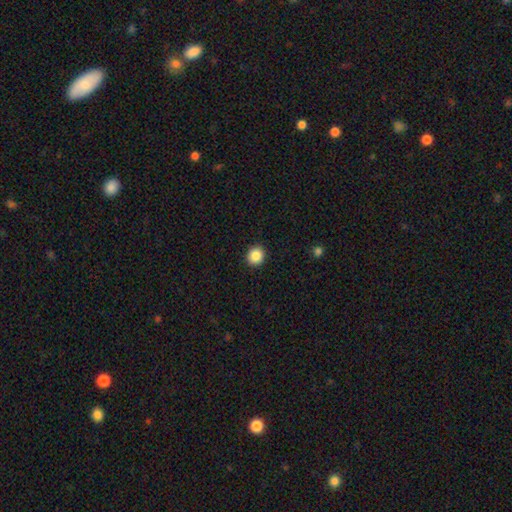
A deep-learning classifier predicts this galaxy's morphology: A smooth galaxy with no disk features (87%) that is round (85%).

Vote fractions:
- Smooth or featured? smooth: 87% / star or artifact: 9% / featured or disk: 4%
- How rounded? round: 85% / in between: 14% / cigar-shaped: 1%
- Merging? none: 92% / minor disturbance: 5% / major disturbance: 2% / merger: 1%